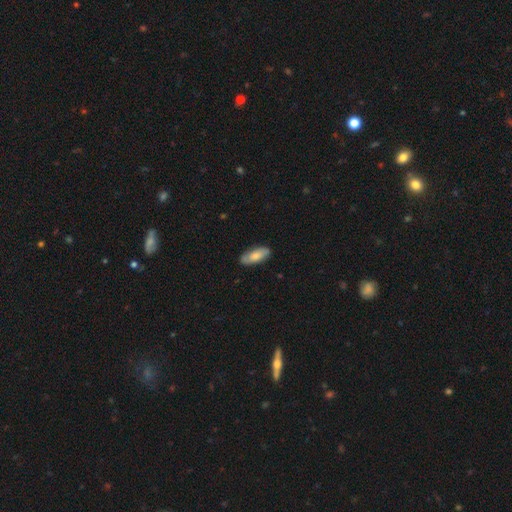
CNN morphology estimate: Smooth or featured: smooth — 75% (featured or disk — 19%)
How rounded: in between — 75% (cigar-shaped — 23%)
Merging: none — 83% (minor disturbance — 14%)